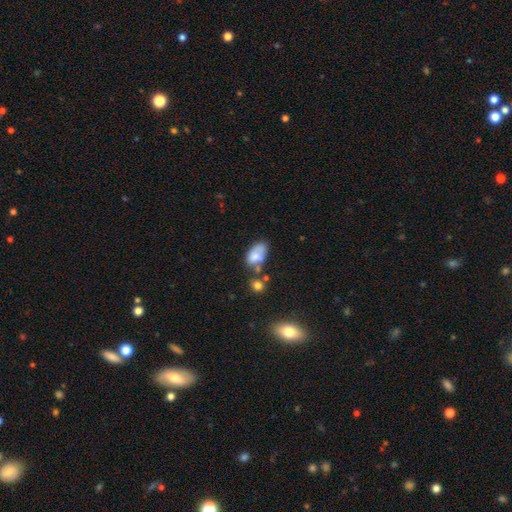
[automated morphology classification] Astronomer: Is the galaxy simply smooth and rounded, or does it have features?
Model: smooth — 68%.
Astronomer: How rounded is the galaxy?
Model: in between — 89%.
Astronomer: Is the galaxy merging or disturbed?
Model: none — 34% (runner-up: minor disturbance, 27%).